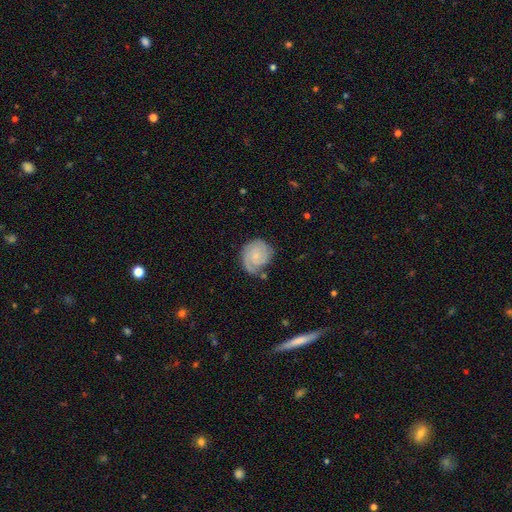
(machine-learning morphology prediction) This is likely a featured or disk galaxy (71%). It is clearly not viewed edge-on (98%). Bar: likely no (75%). Spiral arm pattern: clearly yes (94%). Spiral arm count: marginally 2 (35%). Spiral winding: likely tight (66%). Central bulge: likely small (73%). Merging: likely none (62%).